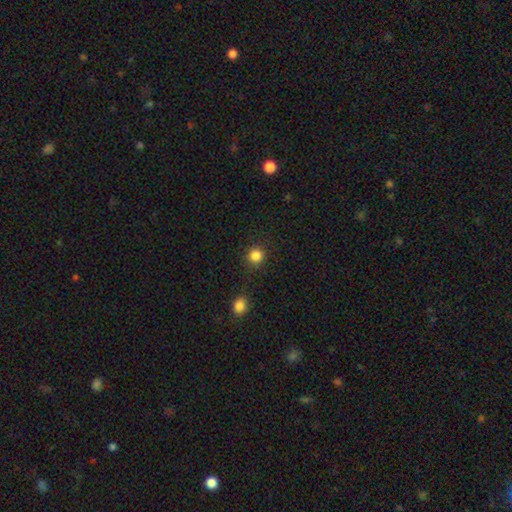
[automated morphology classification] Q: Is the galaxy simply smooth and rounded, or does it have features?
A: smooth — 84%.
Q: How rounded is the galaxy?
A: round — 94%.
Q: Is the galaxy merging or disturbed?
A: none — 87%.